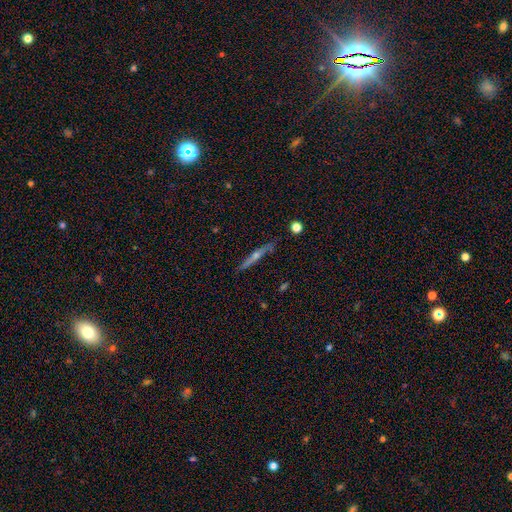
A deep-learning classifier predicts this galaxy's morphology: Smooth or featured? Predicted: featured or disk (p=0.67). Edge-on disk? Predicted: yes (p=0.95). Edge-on bulge? Predicted: rounded (p=0.77). Merging? Predicted: none (p=0.83).